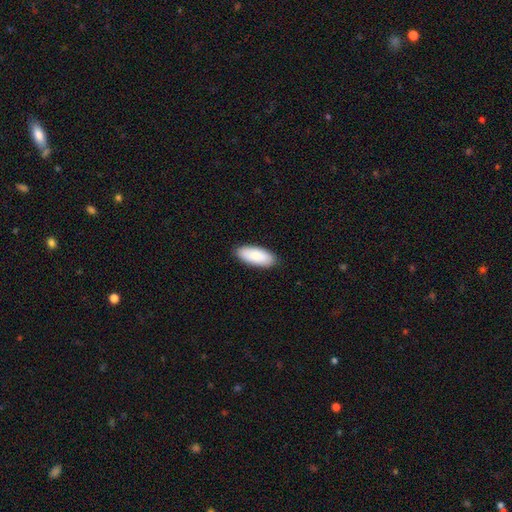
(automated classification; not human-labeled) Smooth or featured?
  - smooth: 85% *
  - featured or disk: 10%
  - star or artifact: 5%
How rounded?
  - in between: 84% *
  - cigar-shaped: 14%
  - round: 2%
Merging?
  - none: 88% *
  - minor disturbance: 9%
  - major disturbance: 2%
  - merger: 1%